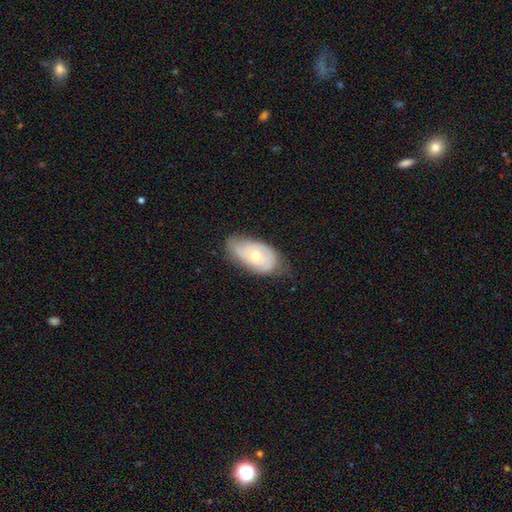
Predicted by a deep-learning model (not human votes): A featured or disk galaxy (50%).

Vote fractions:
- Smooth or featured? featured or disk: 50% / smooth: 43% / star or artifact: 7%
- Edge-on disk? no: 89% / yes: 11%
- Merging? none: 59% / minor disturbance: 31% / major disturbance: 9% / merger: 1%